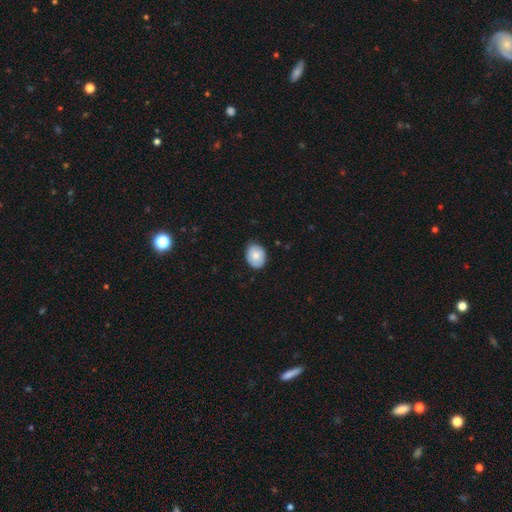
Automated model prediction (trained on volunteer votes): Smooth or featured: smooth — 77% (featured or disk — 16%)
How rounded: in between — 62% (round — 37%)
Merging: none — 81% (minor disturbance — 16%)